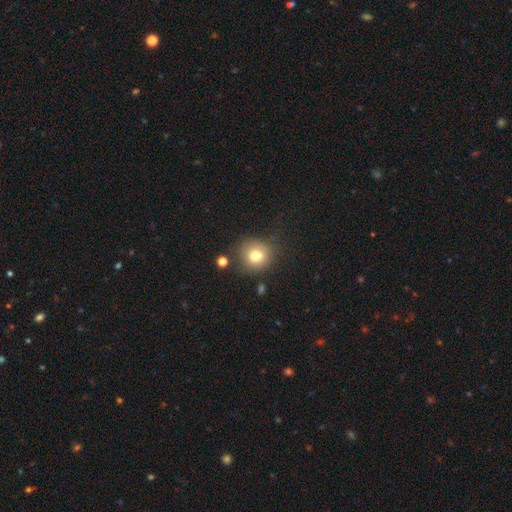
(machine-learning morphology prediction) Smooth or featured? smooth (77%)
How rounded? round (83%)
Merging? none (72%)